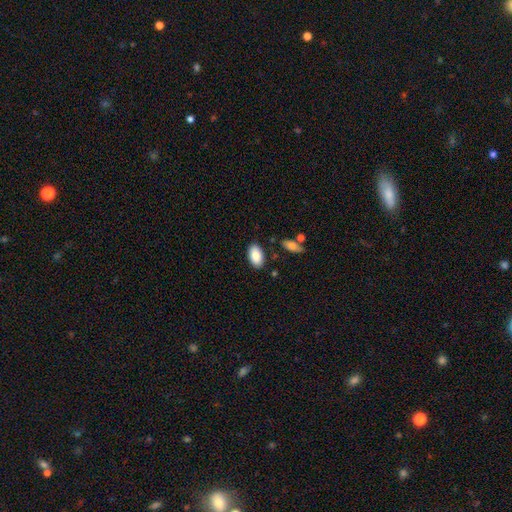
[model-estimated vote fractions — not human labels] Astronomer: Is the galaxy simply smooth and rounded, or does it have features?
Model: smooth — 87%.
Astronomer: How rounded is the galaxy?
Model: in between — 95%.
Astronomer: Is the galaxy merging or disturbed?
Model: none — 85%.